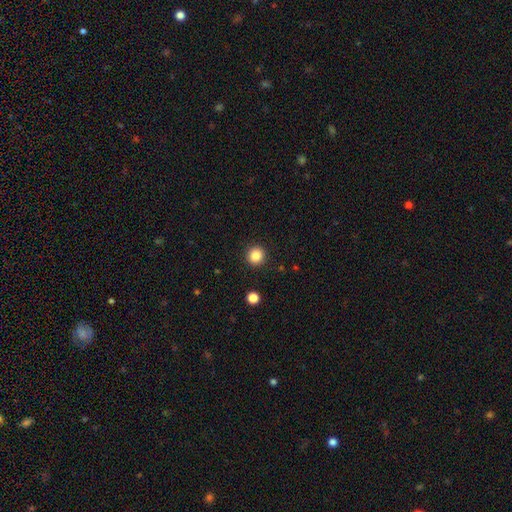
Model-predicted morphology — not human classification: This is clearly a smooth galaxy (85%). How rounded: clearly round (94%). Merging: clearly none (92%).